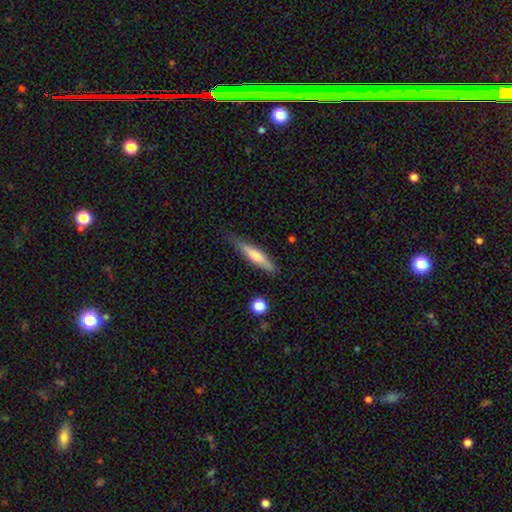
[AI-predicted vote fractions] The model was most divided on "smooth or featured": smooth: 52%, featured or disk: 41%, star or artifact: 6%. More confident: how rounded — cigar-shaped (87%); merging — none (77%).